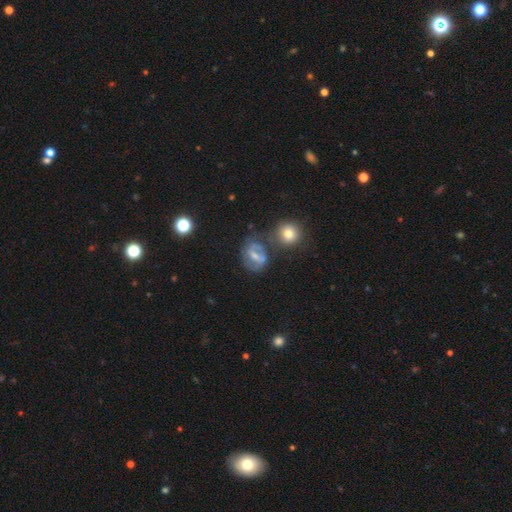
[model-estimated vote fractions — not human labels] Smooth or featured: featured or disk — 58% (smooth — 32%)
Edge-on disk: no — 96% (yes — 4%)
Bar: strong — 40% (tied with weak — 40%)
Spiral arms: yes — 59% (no — 41%)
Bulge size: moderate — 44% (small — 40%)
Merging: none — 56% (minor disturbance — 20%)